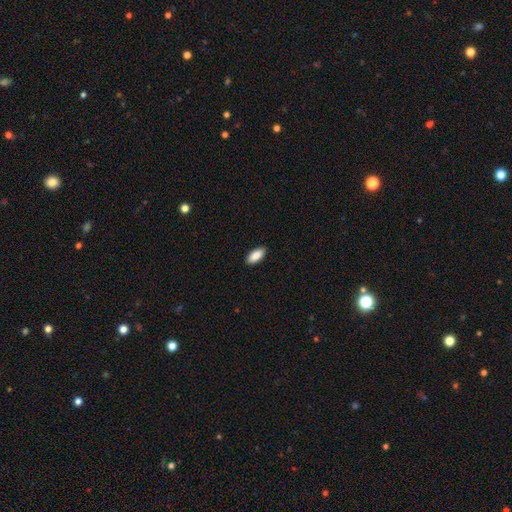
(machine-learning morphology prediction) type=smooth (89%); roundness=in between (87%); merging=none (90%).